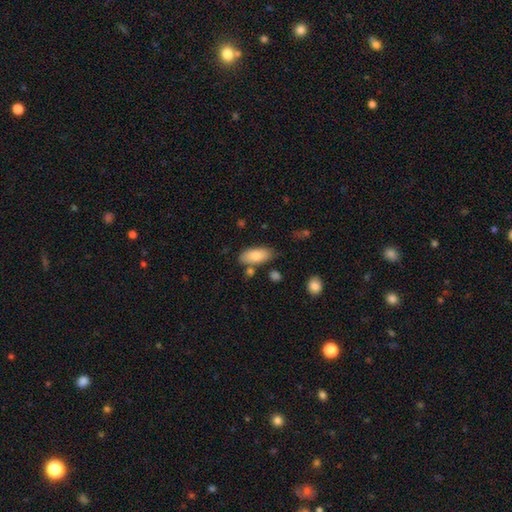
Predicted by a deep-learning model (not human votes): Overall: smooth (81%). How rounded: in between (88%). Merging: none (72%).